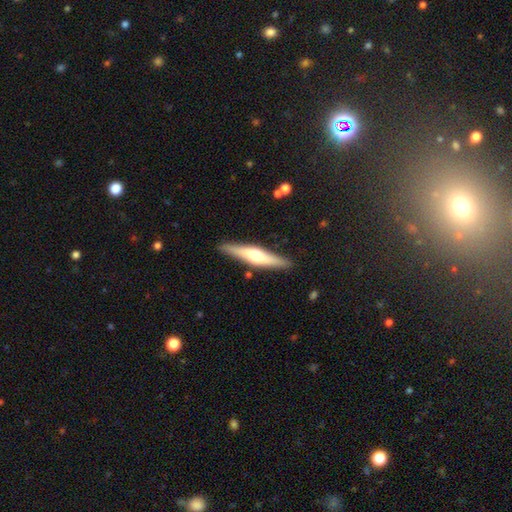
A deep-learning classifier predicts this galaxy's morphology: A featured or disk galaxy (56%) viewed edge-on (94%) with a rounded central bulge (88%).

Vote fractions:
- Smooth or featured? featured or disk: 56% / smooth: 39% / star or artifact: 5%
- Edge-on disk? yes: 94% / no: 6%
- Edge-on bulge? rounded: 88% / boxy: 6% / none: 6%
- Merging? none: 88% / minor disturbance: 9% / major disturbance: 2% / merger: 2%